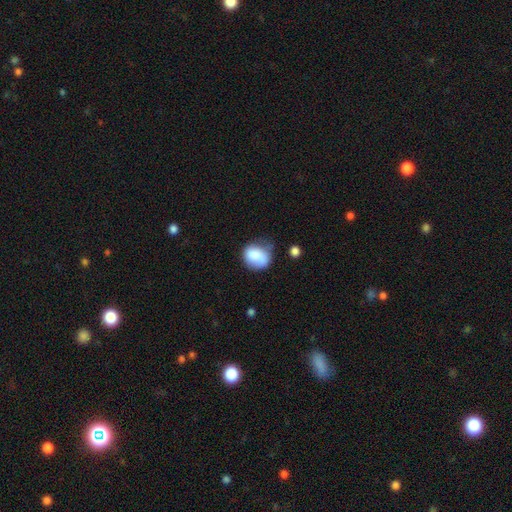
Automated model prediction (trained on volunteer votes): Smooth or featured? smooth (79%)
How rounded? round (55%)
Merging? none (40%)